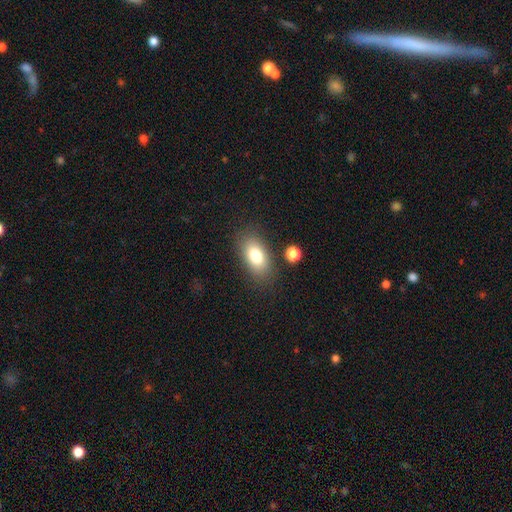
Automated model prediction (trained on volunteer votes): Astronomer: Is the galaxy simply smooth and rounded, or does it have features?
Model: smooth — 78%.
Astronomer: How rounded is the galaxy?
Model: in between — 89%.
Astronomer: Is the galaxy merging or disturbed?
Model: none — 81%.